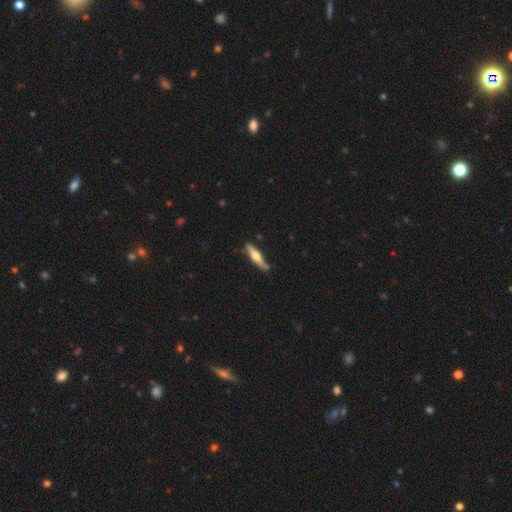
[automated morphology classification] Q: Smooth or featured?
A: featured or disk (60%); runner-up: smooth (36%)
Q: Edge-on disk?
A: yes (94%); runner-up: no (6%)
Q: Edge-on bulge?
A: rounded (92%); runner-up: boxy (5%)
Q: Merging?
A: none (79%); runner-up: minor disturbance (16%)